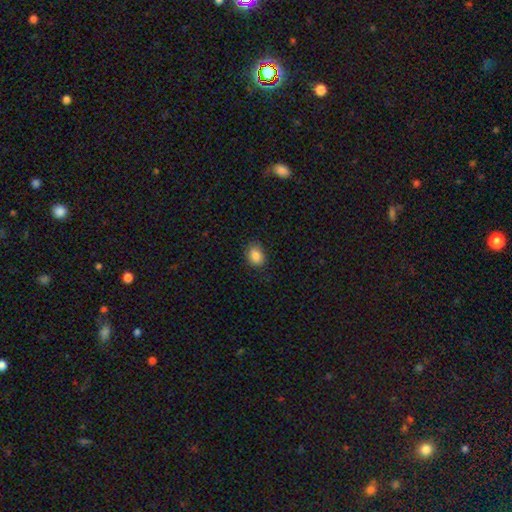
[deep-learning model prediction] smooth-or-featured: smooth: 86% | star or artifact: 9% | featured or disk: 5%
  how-rounded: in between: 65% | round: 34% | cigar-shaped: 1%
  merging: none: 81% | minor disturbance: 15% | major disturbance: 3% | merger: 1%